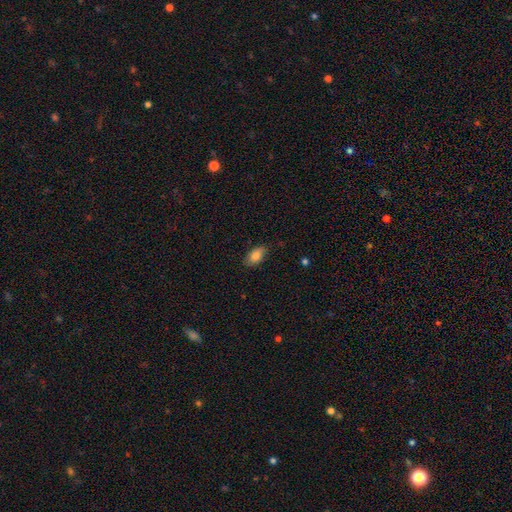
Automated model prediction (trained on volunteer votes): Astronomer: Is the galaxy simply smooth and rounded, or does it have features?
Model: smooth — 81%.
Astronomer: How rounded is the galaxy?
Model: in between — 92%.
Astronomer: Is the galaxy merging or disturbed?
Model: none — 81%.